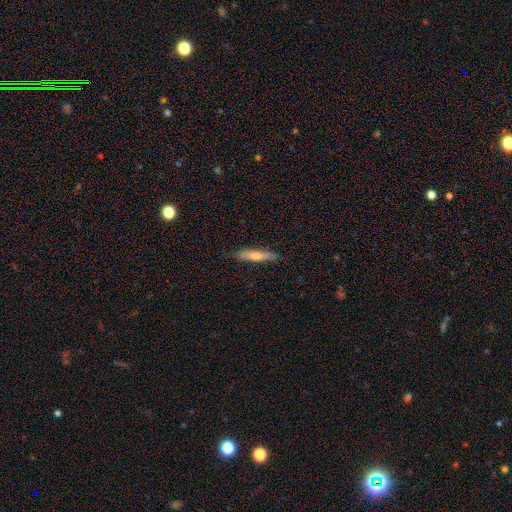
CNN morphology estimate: smooth 60%, featured or disk 34%, star or artifact 6%. Down the decision tree: how rounded — cigar-shaped (87%); merging — none (85%).